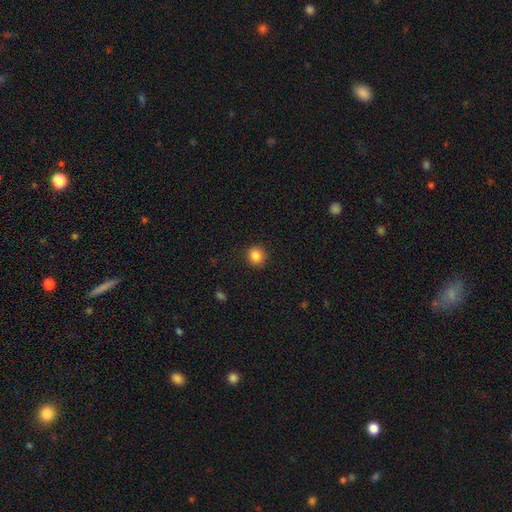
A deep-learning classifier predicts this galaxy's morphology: Overall: smooth (86%). How rounded: round (87%). Merging: none (90%).